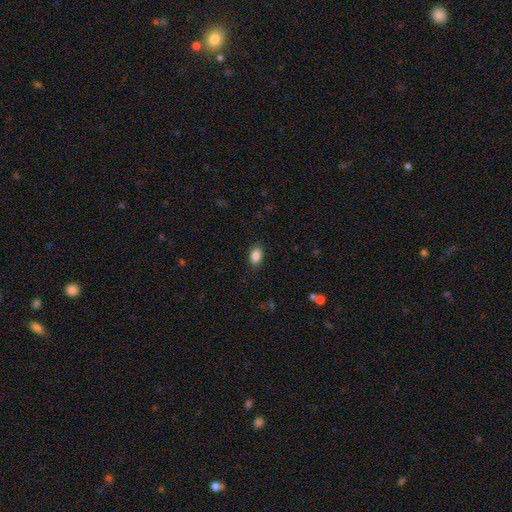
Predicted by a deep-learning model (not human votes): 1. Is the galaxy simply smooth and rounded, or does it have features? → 87% smooth, 8% star or artifact, 5% featured or disk.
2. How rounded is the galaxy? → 90% in between, 8% round, 3% cigar-shaped.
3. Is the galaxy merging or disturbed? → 86% none, 10% minor disturbance, 2% major disturbance, 1% merger.